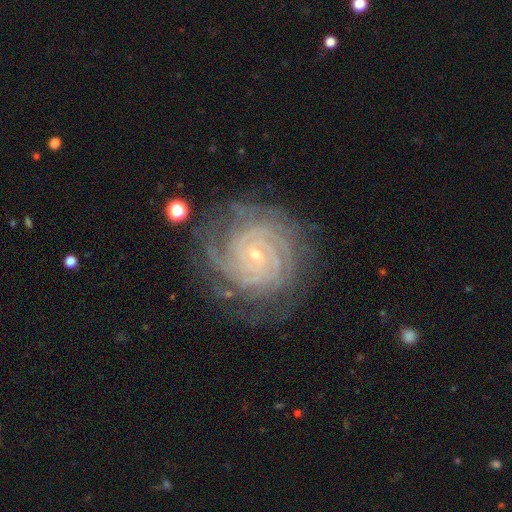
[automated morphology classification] Smooth or featured? Predicted: featured or disk (p=0.89). Edge-on disk? Predicted: no (p=0.98). Bar? Predicted: no (p=0.68). Spiral arms? Predicted: yes (p=0.98). Spiral winding? Predicted: tight (p=0.85). Spiral arm count? Predicted: 4 (p=0.27). Bulge size? Predicted: small (p=0.88). Merging? Predicted: none (p=0.78).